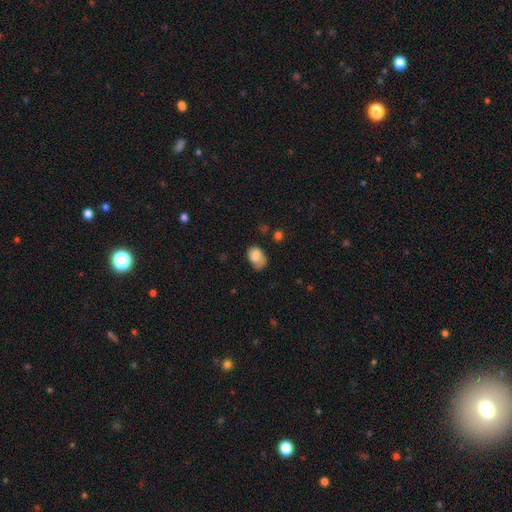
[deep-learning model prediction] A smooth galaxy with no disk features (77%) that is in between round and cigar-shaped (80%).

Vote fractions:
- Smooth or featured? smooth: 77% / featured or disk: 15% / star or artifact: 8%
- How rounded? in between: 80% / round: 19% / cigar-shaped: 1%
- Merging? none: 44% / minor disturbance: 36% / major disturbance: 17% / merger: 3%